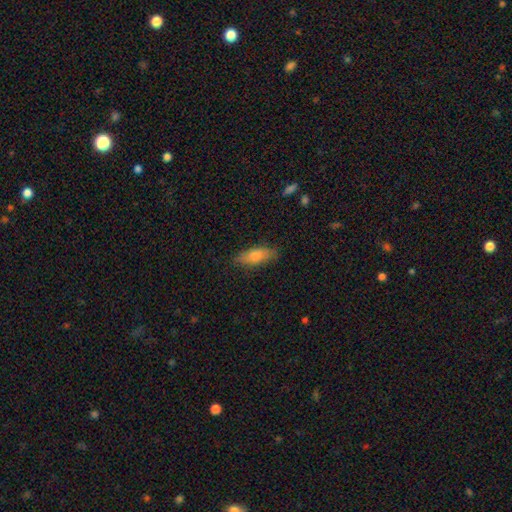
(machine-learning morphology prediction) Smooth or featured?
  - smooth: 82% *
  - featured or disk: 12%
  - star or artifact: 6%
How rounded?
  - in between: 71% *
  - cigar-shaped: 27%
  - round: 2%
Merging?
  - none: 79% *
  - minor disturbance: 16%
  - major disturbance: 4%
  - merger: 1%